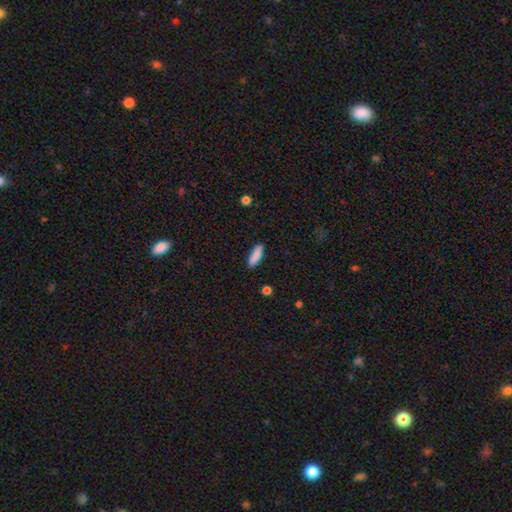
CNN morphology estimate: The model was most divided on "how rounded": cigar-shaped: 58%, in between: 41%, round: 2%. More confident: smooth or featured — smooth (87%); merging — none (87%).